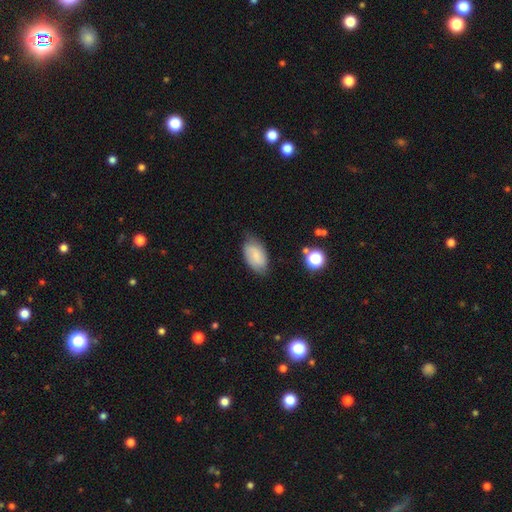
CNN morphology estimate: A smooth galaxy with no disk features (69%) that is in between round and cigar-shaped (93%).

Vote fractions:
- Smooth or featured? smooth: 69% / featured or disk: 23% / star or artifact: 8%
- How rounded? in between: 93% / round: 5% / cigar-shaped: 2%
- Merging? none: 68% / minor disturbance: 25% / major disturbance: 5% / merger: 2%